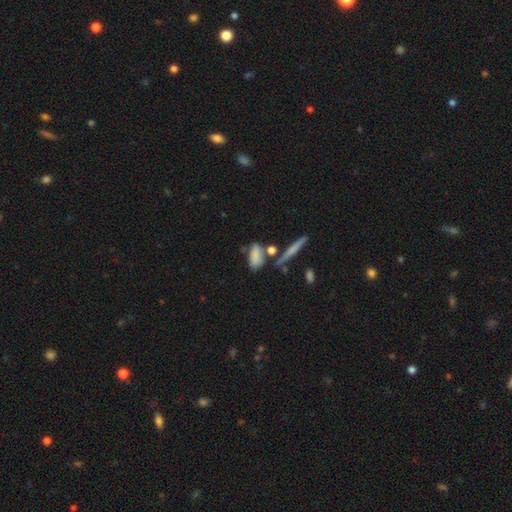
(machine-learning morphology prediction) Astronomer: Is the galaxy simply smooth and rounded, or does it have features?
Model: smooth — 77%.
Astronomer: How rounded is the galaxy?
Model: in between — 79%.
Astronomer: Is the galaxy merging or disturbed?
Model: none — 48% (runner-up: merger, 24%).